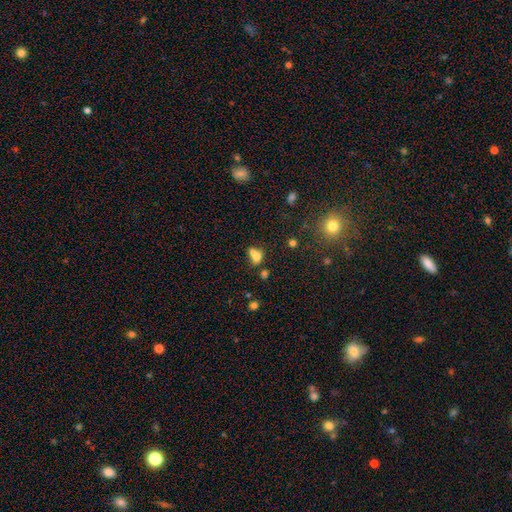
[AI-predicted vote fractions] A smooth galaxy with no disk features (70%) that is in between round and cigar-shaped (59%). Merging: merger (59%).